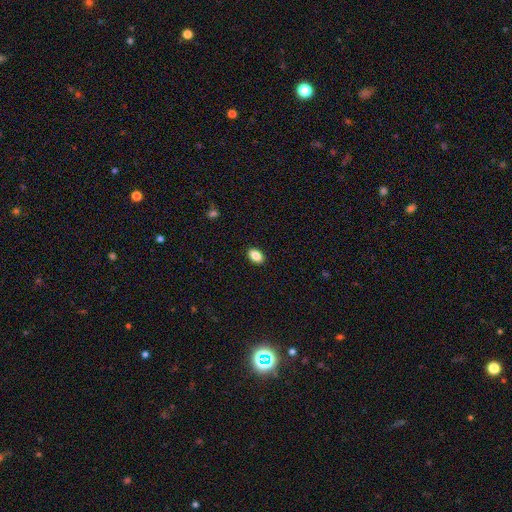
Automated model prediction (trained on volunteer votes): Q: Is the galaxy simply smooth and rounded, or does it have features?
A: smooth — 87%.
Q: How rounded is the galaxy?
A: in between — 89%.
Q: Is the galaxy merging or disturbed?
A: none — 90%.